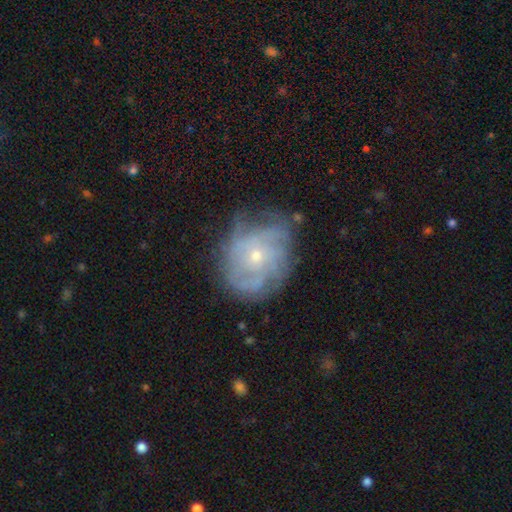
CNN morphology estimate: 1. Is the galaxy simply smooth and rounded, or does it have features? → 75% featured or disk, 17% smooth, 8% star or artifact.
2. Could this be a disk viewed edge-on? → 97% no, 3% yes.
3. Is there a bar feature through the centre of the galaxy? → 82% no, 16% weak, 3% strong.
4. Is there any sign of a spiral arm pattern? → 82% yes, 18% no.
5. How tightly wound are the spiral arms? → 52% tight, 33% medium, 15% loose.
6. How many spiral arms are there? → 44% can't tell, 16% 4, 15% 3, 11% 2, 8% more than 4, 5% 1.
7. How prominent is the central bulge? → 62% small, 34% moderate, 1% large, 1% none, 1% dominant.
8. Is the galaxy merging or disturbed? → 59% none, 25% minor disturbance, 14% major disturbance, 2% merger.